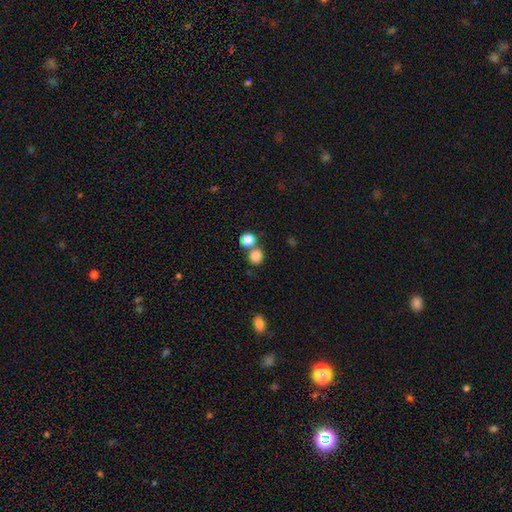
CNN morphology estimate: The model was most divided on "merging": none: 66%, merger: 23%, minor disturbance: 8%, major disturbance: 3%. More confident: how rounded — round (86%); smooth or featured — smooth (82%).